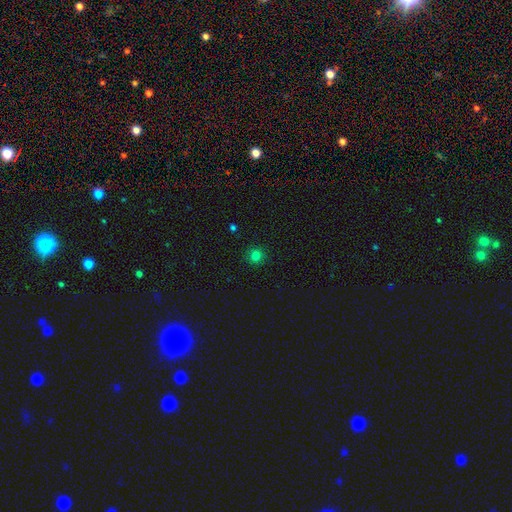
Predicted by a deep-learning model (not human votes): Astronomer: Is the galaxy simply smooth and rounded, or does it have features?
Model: smooth — 79%.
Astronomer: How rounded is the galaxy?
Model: round — 92%.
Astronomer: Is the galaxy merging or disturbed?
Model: none — 90%.